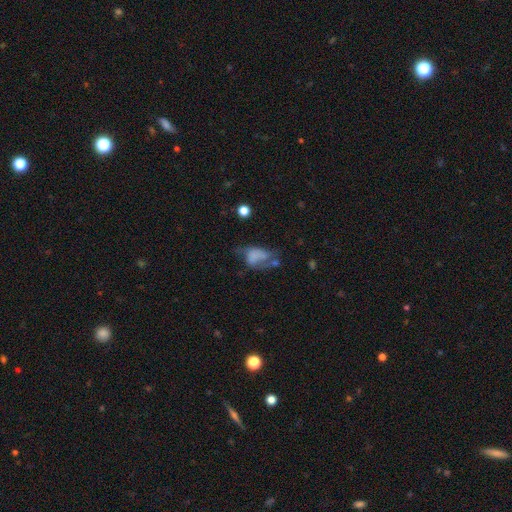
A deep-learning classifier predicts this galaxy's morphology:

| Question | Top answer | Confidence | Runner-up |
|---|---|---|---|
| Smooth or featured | smooth | 53% | featured or disk (34%) |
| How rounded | in between | 82% | round (16%) |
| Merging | major disturbance | 45% | minor disturbance (23%) |